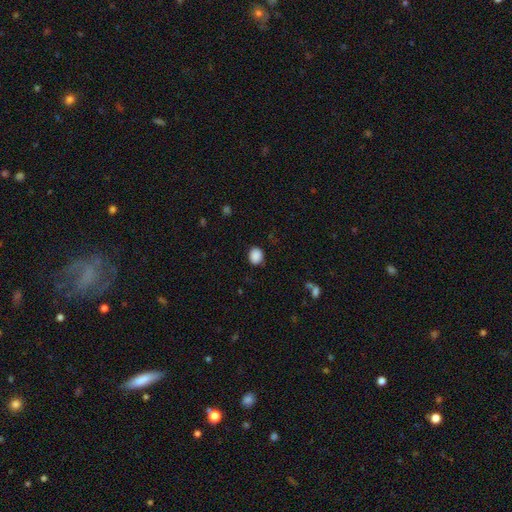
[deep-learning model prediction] Overall: smooth (89%). How rounded: round (68%; in between 31%). Merging: none (86%).